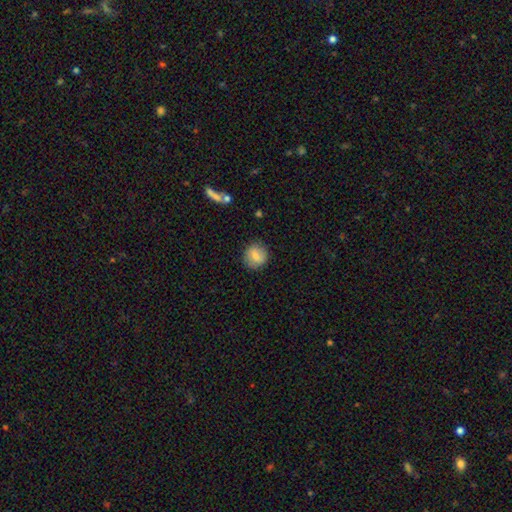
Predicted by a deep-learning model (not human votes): smooth-or-featured: smooth: 79% | featured or disk: 13% | star or artifact: 8%
  how-rounded: round: 86% | in between: 13% | cigar-shaped: 1%
  merging: none: 86% | minor disturbance: 10% | major disturbance: 3% | merger: 1%